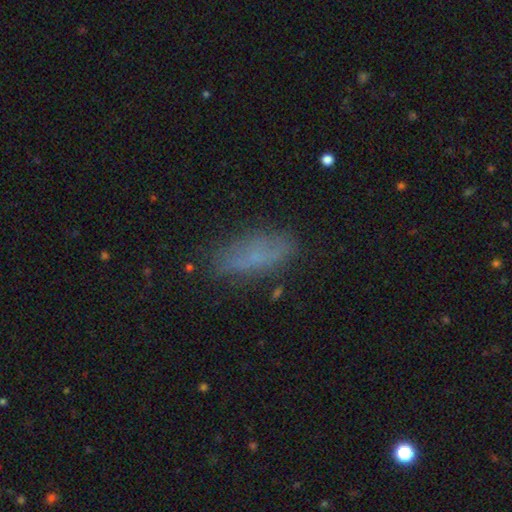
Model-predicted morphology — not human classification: Smooth or featured? Predicted: smooth (p=0.65). How rounded? Predicted: in between (p=0.60). Merging? Predicted: none (p=0.75).